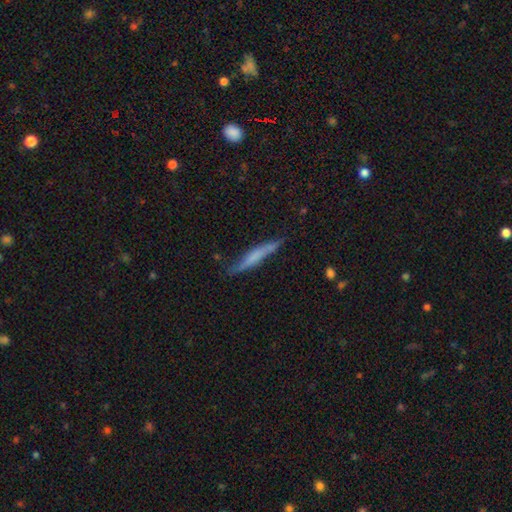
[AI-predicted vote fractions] A smooth galaxy with no disk features (50%) that is cigar-shaped (92%).

Vote fractions:
- Smooth or featured? smooth: 50% / featured or disk: 42% / star or artifact: 7%
- How rounded? cigar-shaped: 92% / in between: 6% / round: 2%
- Merging? none: 71% / minor disturbance: 22% / major disturbance: 5% / merger: 3%